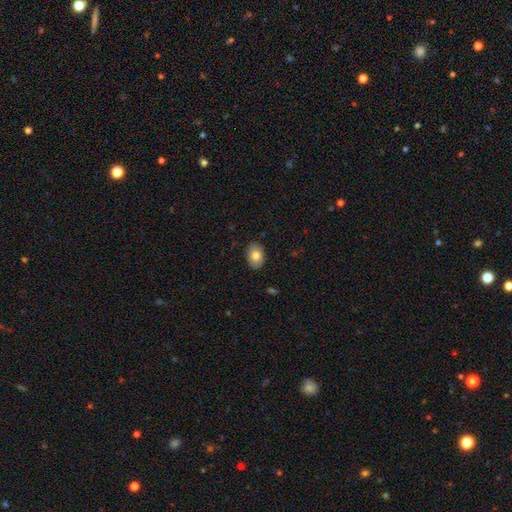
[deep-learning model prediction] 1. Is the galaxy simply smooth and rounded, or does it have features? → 80% smooth, 12% featured or disk, 7% star or artifact.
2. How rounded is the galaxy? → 80% in between, 19% round, 1% cigar-shaped.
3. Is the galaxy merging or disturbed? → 87% none, 10% minor disturbance, 2% major disturbance, 1% merger.